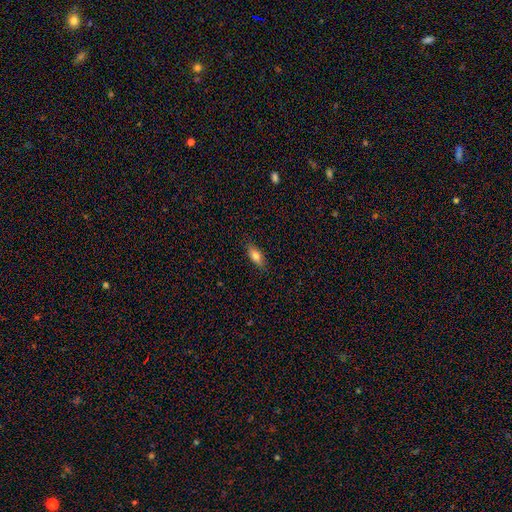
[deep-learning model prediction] Morphology: type=smooth (77%); roundness=in between (77%); merging=none (85%).